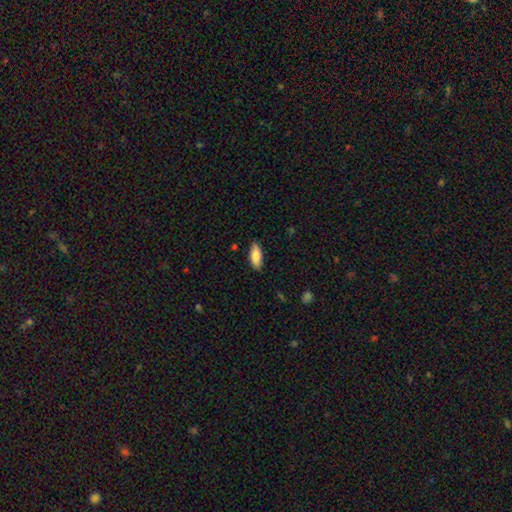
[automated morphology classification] A smooth galaxy with no disk features (85%) that is in between round and cigar-shaped (81%).

Vote fractions:
- Smooth or featured? smooth: 85% / featured or disk: 9% / star or artifact: 6%
- How rounded? in between: 81% / cigar-shaped: 17% / round: 2%
- Merging? none: 86% / minor disturbance: 11% / major disturbance: 2% / merger: 1%